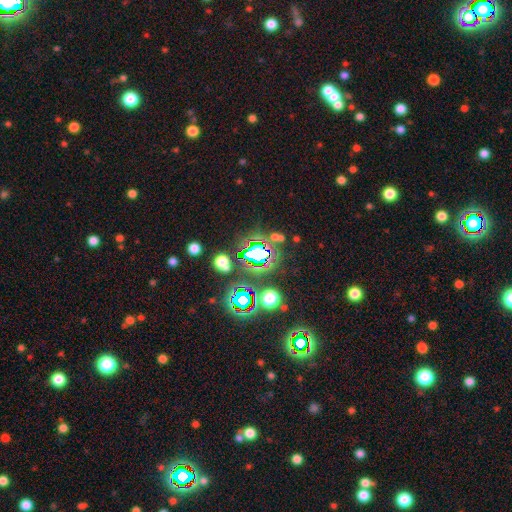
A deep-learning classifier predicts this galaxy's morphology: Smooth or featured? Predicted: star or artifact (p=0.75).